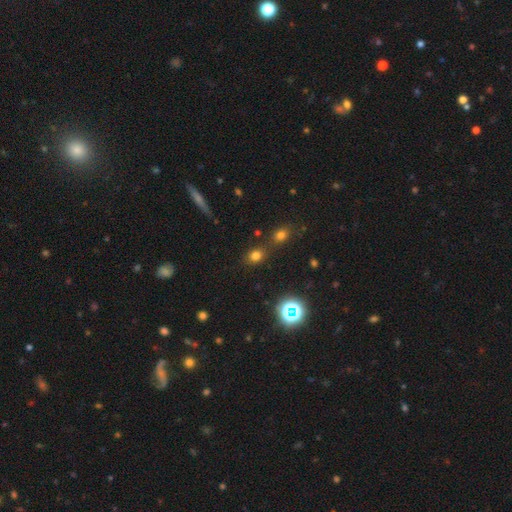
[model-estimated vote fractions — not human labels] This is likely a smooth galaxy (70%). How rounded: possibly round (59%). Merging: likely none (70%).